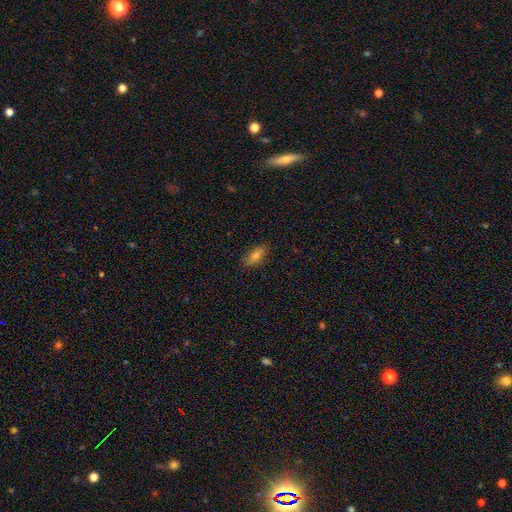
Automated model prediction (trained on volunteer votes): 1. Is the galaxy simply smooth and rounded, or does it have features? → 67% smooth, 20% featured or disk, 12% star or artifact.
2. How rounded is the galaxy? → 74% in between, 21% cigar-shaped, 4% round.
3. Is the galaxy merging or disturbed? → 82% none, 14% minor disturbance, 3% major disturbance, 1% merger.